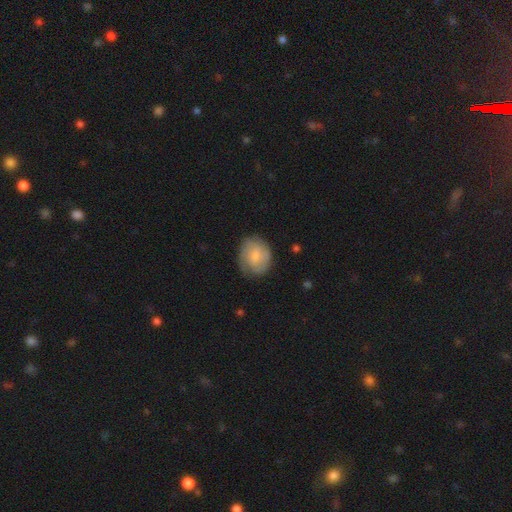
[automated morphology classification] smooth-or-featured: smooth: 64% | featured or disk: 29% | star or artifact: 7%
  how-rounded: round: 59% | in between: 40% | cigar-shaped: 1%
  merging: none: 72% | minor disturbance: 20% | major disturbance: 6% | merger: 1%